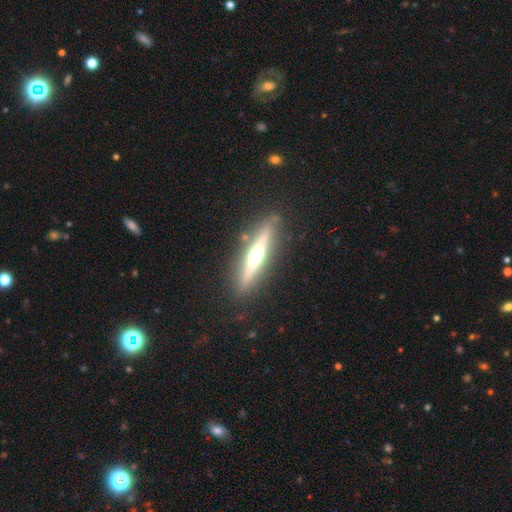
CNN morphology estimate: This appears to be a featured or disk galaxy (72%) viewed edge-on (95%) with a rounded central bulge (92%). Merging: none (86%).